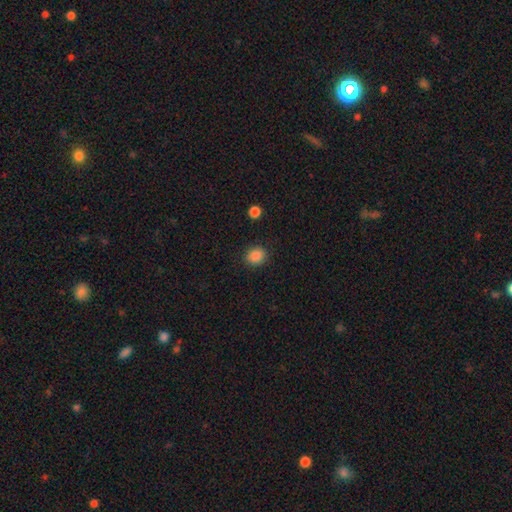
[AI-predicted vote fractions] Smooth or featured: smooth — 87% (star or artifact — 10%)
How rounded: round — 72% (in between — 27%)
Merging: none — 89% (minor disturbance — 7%)